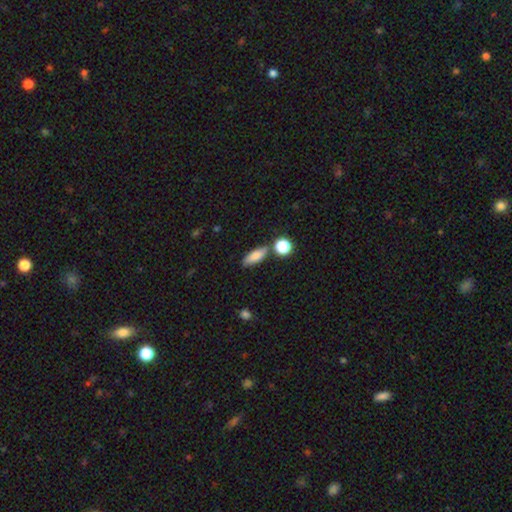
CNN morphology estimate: Smooth or featured: smooth — 79% (featured or disk — 11%)
How rounded: in between — 67% (cigar-shaped — 27%)
Merging: none — 73% (minor disturbance — 14%)